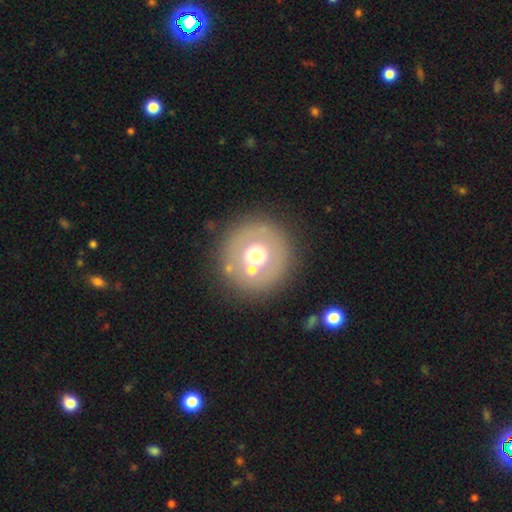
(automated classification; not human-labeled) This appears to be a smooth galaxy with no disk features (49%). Merging: none (77%).